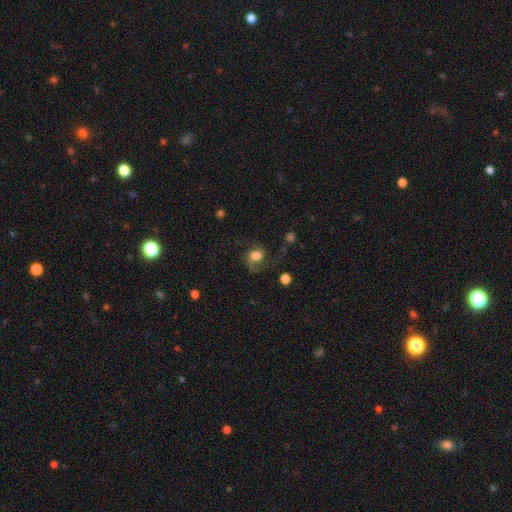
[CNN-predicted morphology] smooth 47%, featured or disk 42%, star or artifact 11%. Down the decision tree: merging — none (52%).